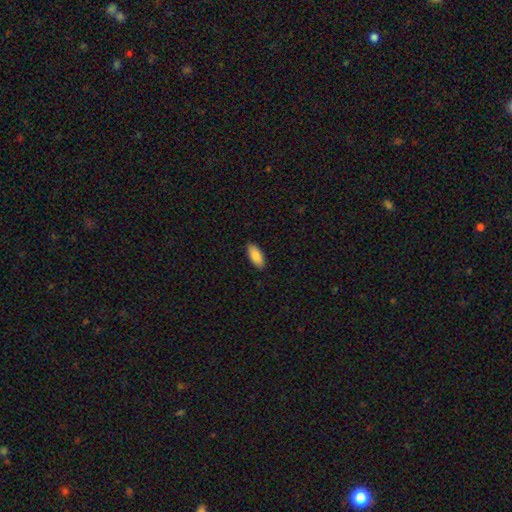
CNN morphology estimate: Smooth or featured? smooth (87%)
How rounded? in between (85%)
Merging? none (88%)